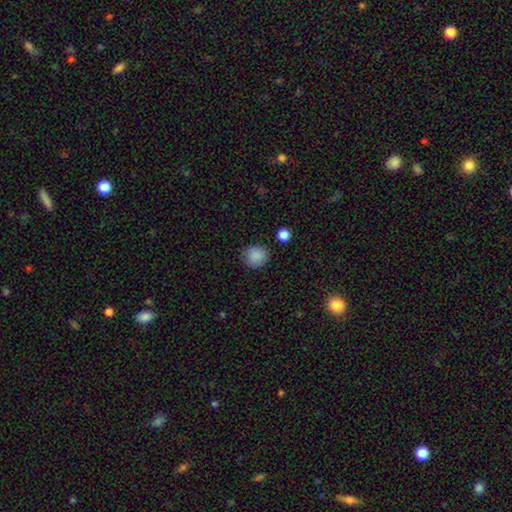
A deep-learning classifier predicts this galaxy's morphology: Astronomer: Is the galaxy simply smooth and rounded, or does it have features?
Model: smooth — 87%.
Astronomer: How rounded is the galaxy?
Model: round — 88%.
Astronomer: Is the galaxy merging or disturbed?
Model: none — 84%.